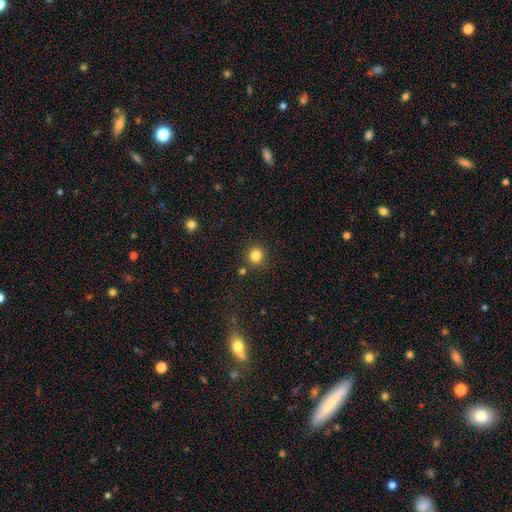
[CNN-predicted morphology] smooth_or_featured: smooth (p=0.83) [alt: star or artifact p=0.13]
how_rounded: round (p=0.91) [alt: in between p=0.08]
merging: none (p=0.87) [alt: minor disturbance p=0.07]